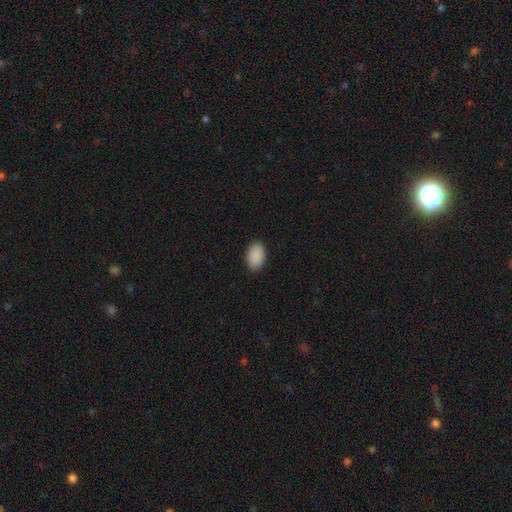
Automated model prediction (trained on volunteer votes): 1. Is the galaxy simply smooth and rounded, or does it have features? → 91% smooth, 7% star or artifact, 2% featured or disk.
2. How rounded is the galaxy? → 92% in between, 7% round, 1% cigar-shaped.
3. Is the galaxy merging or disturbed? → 89% none, 8% minor disturbance, 2% major disturbance, 1% merger.